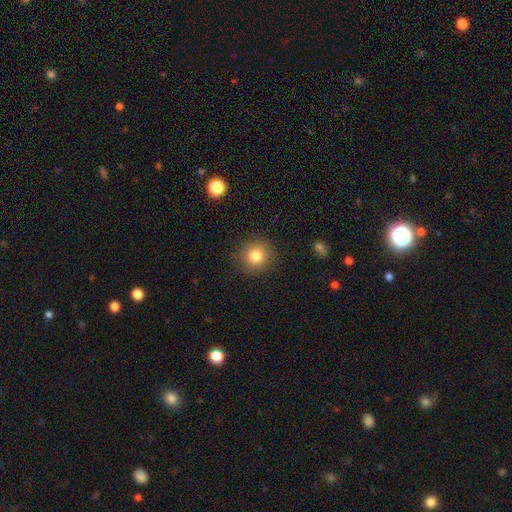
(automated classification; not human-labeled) Morphology: type=smooth (81%); roundness=round (92%); merging=none (89%).